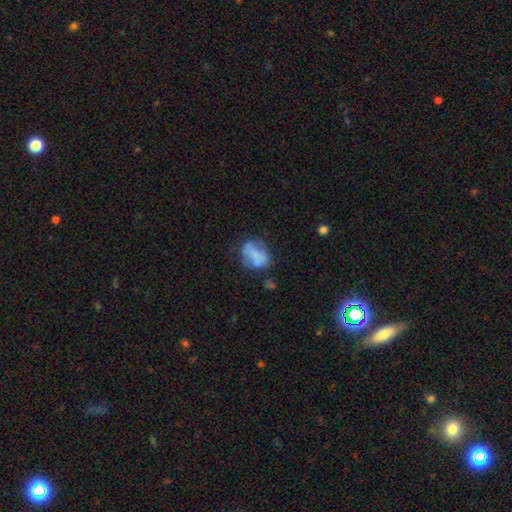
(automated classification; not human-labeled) smooth 54%, featured or disk 37%, star or artifact 10%. Down the decision tree: how rounded — in between (67%); merging — none (44%).